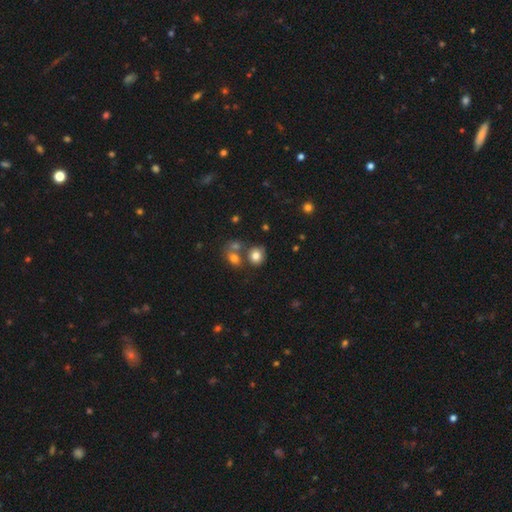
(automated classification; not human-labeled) The model was most divided on "merging": none: 59%, merger: 24%, minor disturbance: 12%, major disturbance: 5%. More confident: smooth or featured — smooth (79%); how rounded — round (74%).